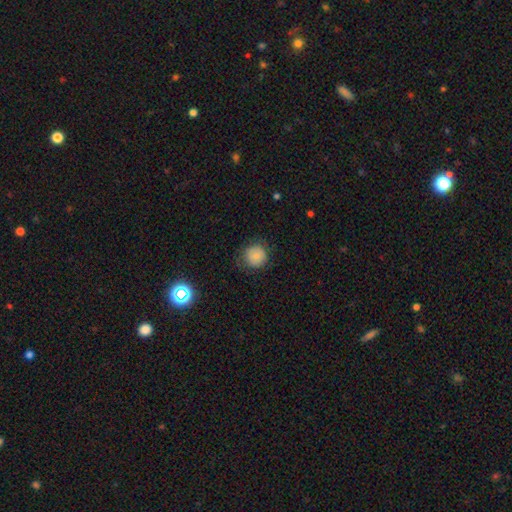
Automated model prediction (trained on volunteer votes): This is clearly a smooth galaxy (83%). How rounded: clearly round (92%). Merging: likely none (78%).